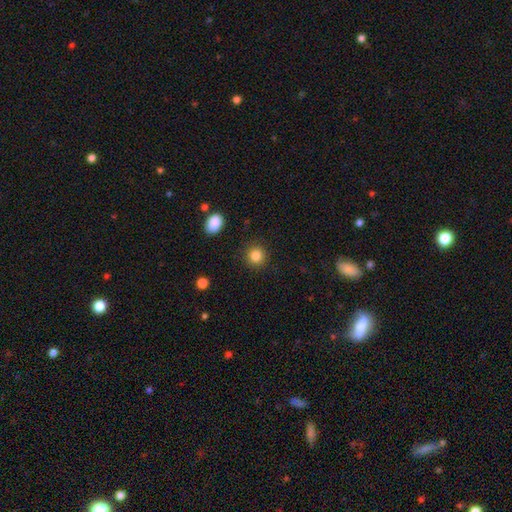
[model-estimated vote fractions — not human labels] The model was most divided on "smooth or featured": smooth: 85%, star or artifact: 10%, featured or disk: 4%. More confident: how rounded — round (91%); merging — none (91%).